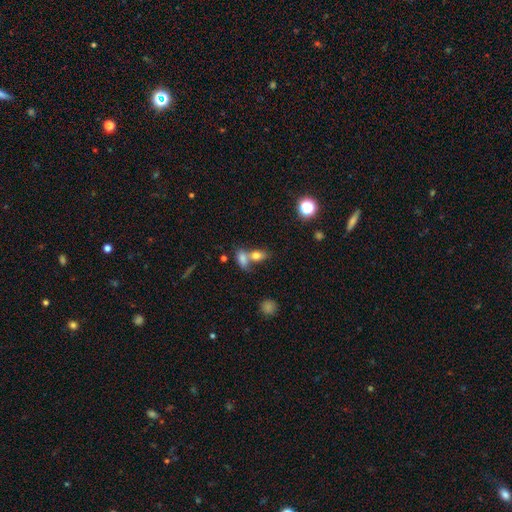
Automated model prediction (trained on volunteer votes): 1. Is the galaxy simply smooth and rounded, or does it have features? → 77% smooth, 11% featured or disk, 11% star or artifact.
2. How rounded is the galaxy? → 83% in between, 12% round, 5% cigar-shaped.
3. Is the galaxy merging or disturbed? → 56% merger, 32% none, 8% minor disturbance, 4% major disturbance.